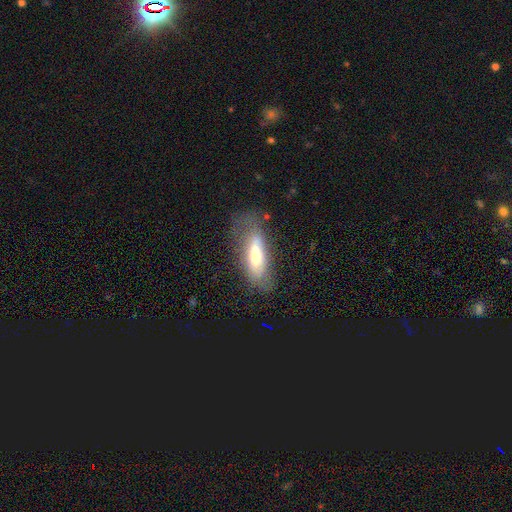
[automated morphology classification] The model was most divided on "how rounded": in between: 58%, cigar-shaped: 39%, round: 2%. More confident: smooth or featured — smooth (58%); merging — none (57%).